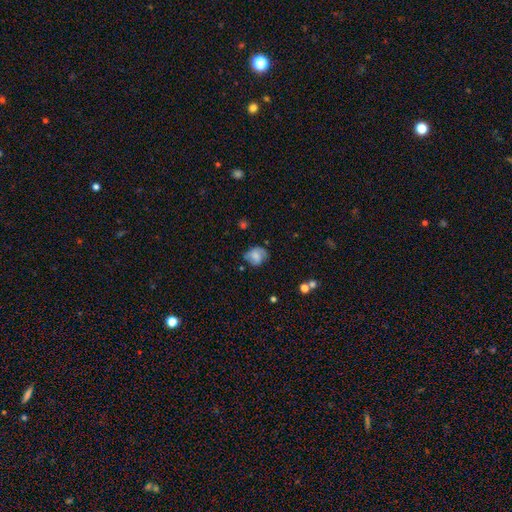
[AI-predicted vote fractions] A smooth galaxy with no disk features (61%) that is round (61%).

Vote fractions:
- Smooth or featured? smooth: 61% / featured or disk: 30% / star or artifact: 9%
- How rounded? round: 61% / in between: 38% / cigar-shaped: 1%
- Merging? none: 63% / minor disturbance: 26% / major disturbance: 8% / merger: 2%